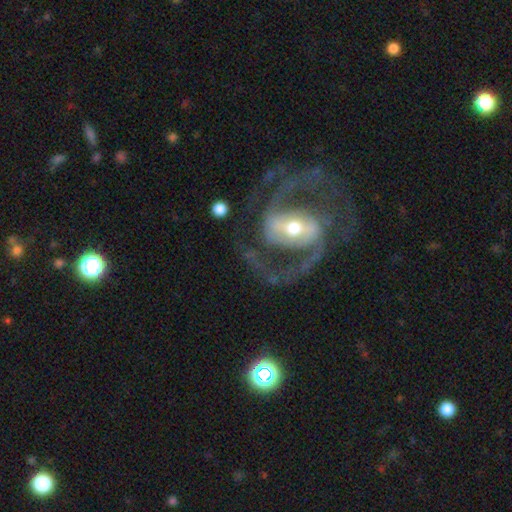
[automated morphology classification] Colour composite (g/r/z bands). It shows a featured or disk galaxy (91%) with a strong bar (50%), 2 (91%) medium (61%) spiral arms (96%) and a moderate central bulge (60%). Merging: none (74%).